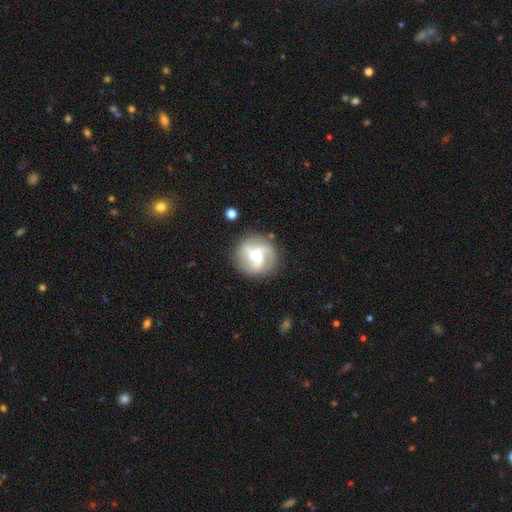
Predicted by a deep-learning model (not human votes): A featured or disk galaxy (74%) with a weak bar (44%), 3 (46%) medium (47%) spiral arms (93%) and a moderate central bulge (49%).

Vote fractions:
- Smooth or featured? featured or disk: 74% / smooth: 20% / star or artifact: 6%
- Edge-on disk? no: 98% / yes: 2%
- Bar? weak: 44% / no: 39% / strong: 17%
- Spiral arms? yes: 93% / no: 7%
- Spiral winding? medium: 47% / loose: 29% / tight: 24%
- Spiral arm count? 3: 46% / 2: 30% / can't tell: 11% / 4: 6% / 1: 4% / more than 4: 3%
- Bulge size? moderate: 49% / small: 26% / large: 18% / none: 5% / dominant: 3%
- Merging? none: 78% / minor disturbance: 13% / major disturbance: 7% / merger: 2%